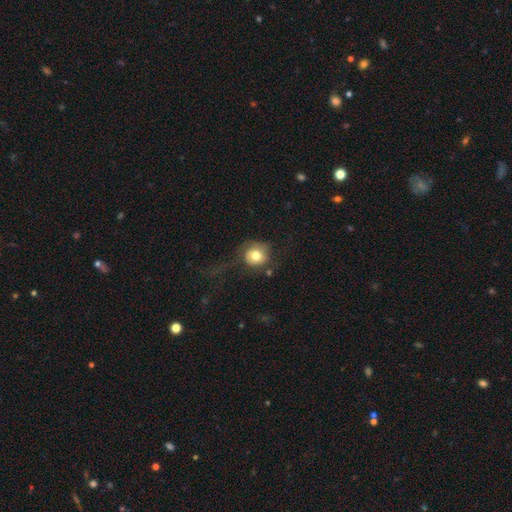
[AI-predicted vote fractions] Q: Smooth or featured?
A: smooth (70%); runner-up: featured or disk (21%)
Q: How rounded?
A: round (82%); runner-up: in between (17%)
Q: Merging?
A: none (45%); runner-up: major disturbance (32%)